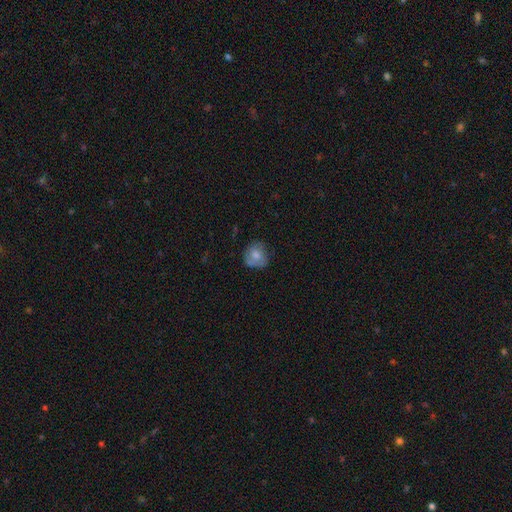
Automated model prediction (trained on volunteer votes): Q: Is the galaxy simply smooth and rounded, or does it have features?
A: smooth — 67%.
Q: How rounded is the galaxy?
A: round — 76%.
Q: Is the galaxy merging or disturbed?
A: none — 60%.